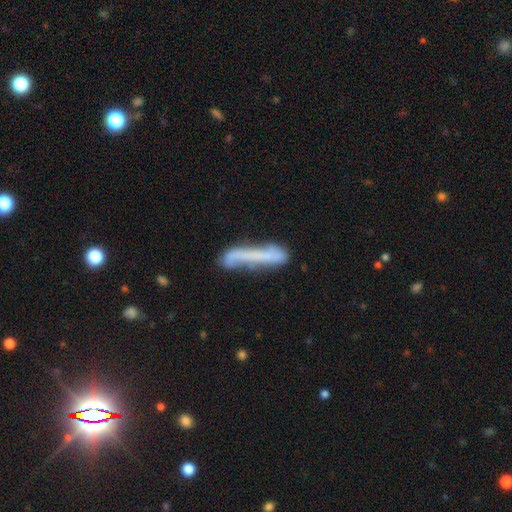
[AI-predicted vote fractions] Smooth or featured? smooth (52%)
How rounded? cigar-shaped (92%)
Merging? none (63%)